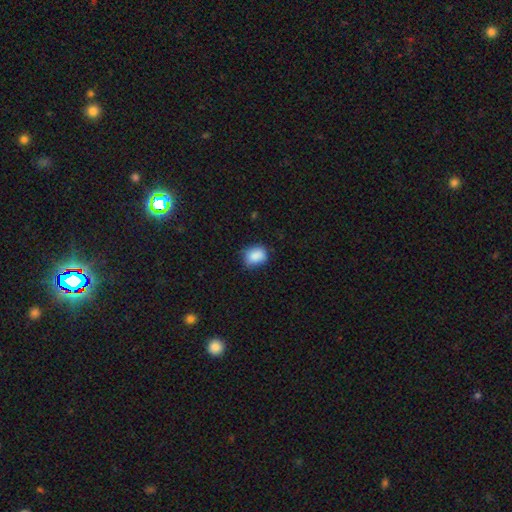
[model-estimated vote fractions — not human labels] Smooth or featured? Predicted: smooth (p=0.86). How rounded? Predicted: in between (p=0.55). Merging? Predicted: none (p=0.68).